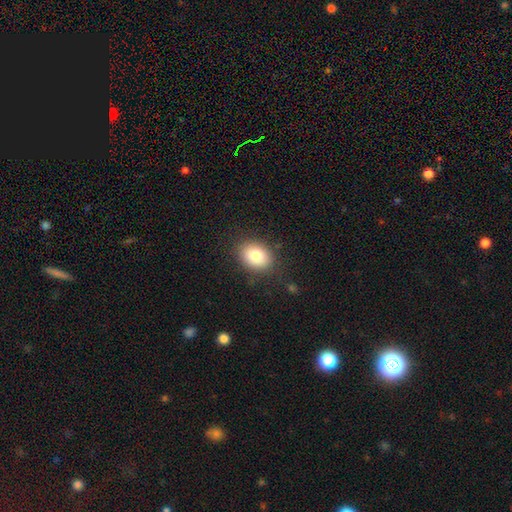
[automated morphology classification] Smooth or featured? smooth (81%)
How rounded? in between (61%)
Merging? none (85%)